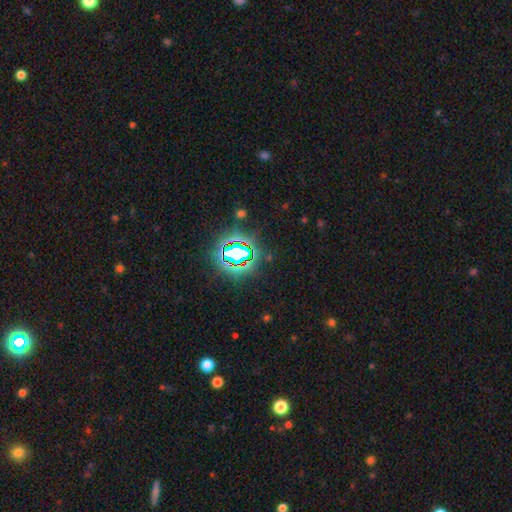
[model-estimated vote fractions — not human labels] star or artifact 82%, smooth 10%, featured or disk 7%.